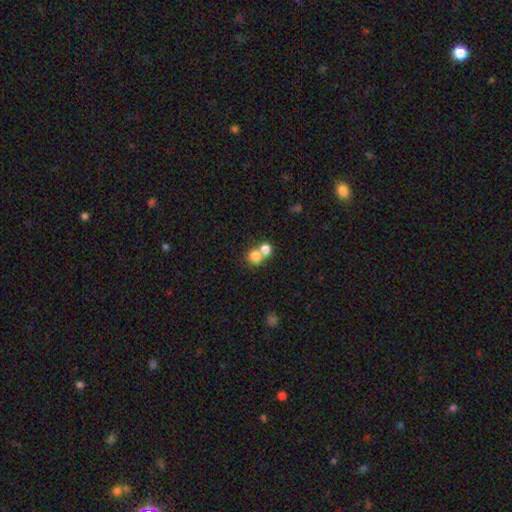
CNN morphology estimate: Smooth or featured? smooth (78%)
How rounded? round (83%)
Merging? merger (56%)